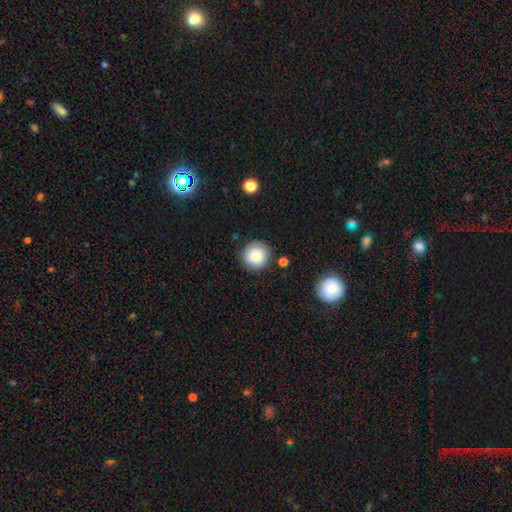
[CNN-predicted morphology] The model was most divided on "smooth or featured": smooth: 81%, featured or disk: 10%, star or artifact: 9%. More confident: how rounded — round (94%); merging — none (85%).